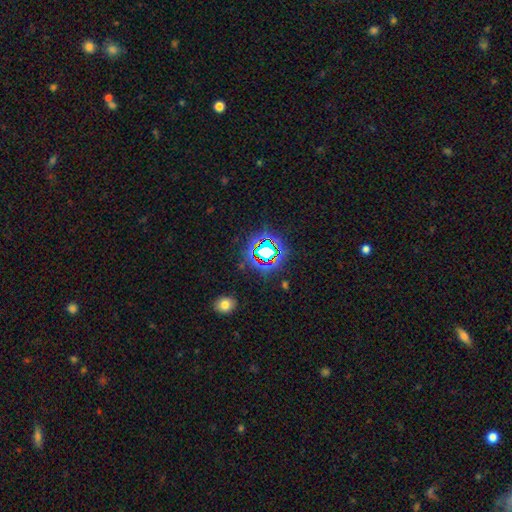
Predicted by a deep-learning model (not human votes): Q: Smooth or featured?
A: star or artifact (71%); runner-up: smooth (18%)